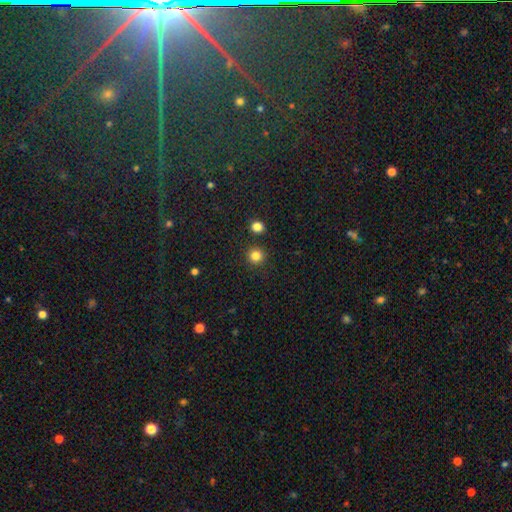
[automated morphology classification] This appears to be a smooth galaxy with no disk features (83%) that is round (94%). Merging: none (89%).